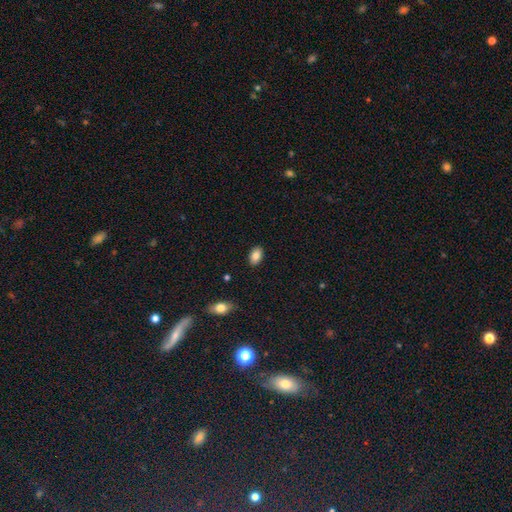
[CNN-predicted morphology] This appears to be a smooth galaxy with no disk features (84%) that is in between round and cigar-shaped (89%). Merging: none (89%).